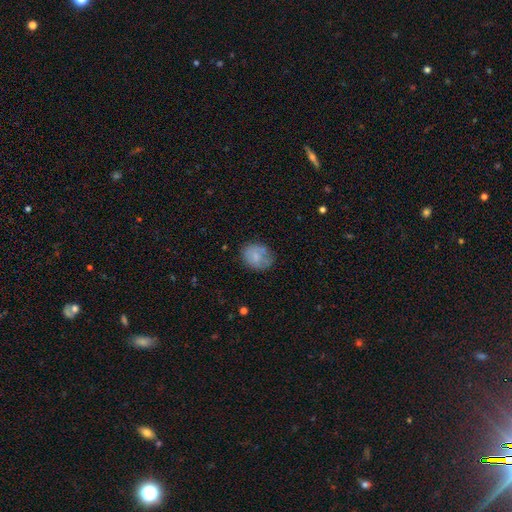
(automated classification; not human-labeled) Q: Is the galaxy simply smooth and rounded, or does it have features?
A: smooth — 72%.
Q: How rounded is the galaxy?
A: round — 56%.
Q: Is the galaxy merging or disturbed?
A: none — 63%.